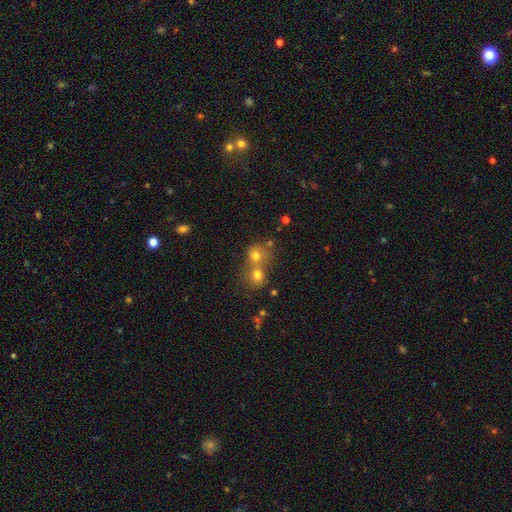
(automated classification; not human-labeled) The model was most divided on "merging": merger: 52%, none: 39%, minor disturbance: 6%, major disturbance: 3%. More confident: how rounded — round (81%); smooth or featured — smooth (72%).